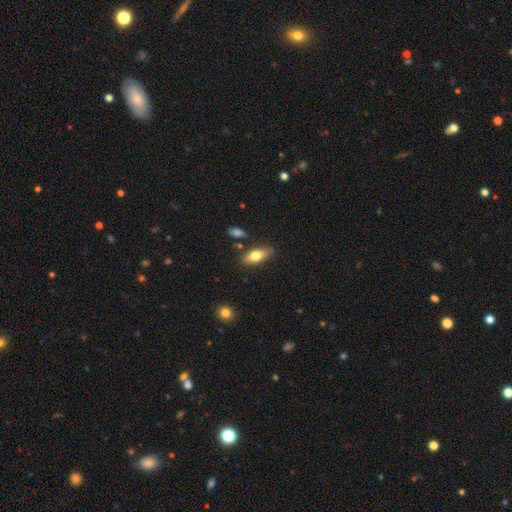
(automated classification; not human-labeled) The model was most divided on "smooth or featured": smooth: 70%, featured or disk: 23%, star or artifact: 7%. More confident: merging — none (78%); how rounded — in between (76%).